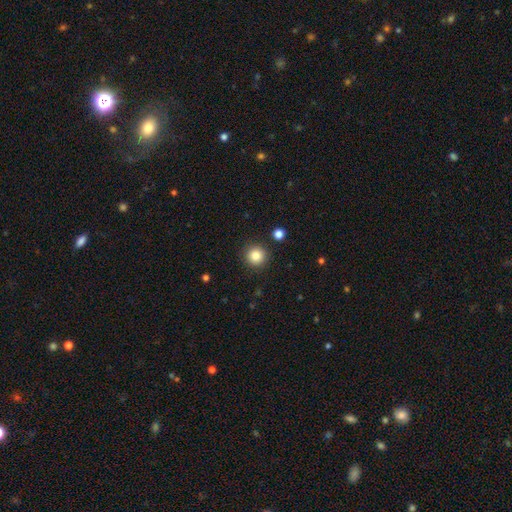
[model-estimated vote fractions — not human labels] smooth_or_featured: smooth (p=0.84) [alt: star or artifact p=0.11]
how_rounded: round (p=0.95) [alt: in between p=0.04]
merging: none (p=0.90) [alt: minor disturbance p=0.06]